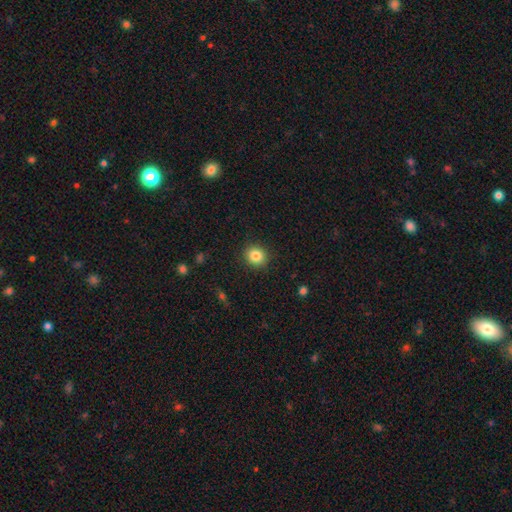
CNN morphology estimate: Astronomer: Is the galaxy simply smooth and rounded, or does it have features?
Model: smooth — 84%.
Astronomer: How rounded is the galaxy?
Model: round — 83%.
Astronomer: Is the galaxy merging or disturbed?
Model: none — 90%.